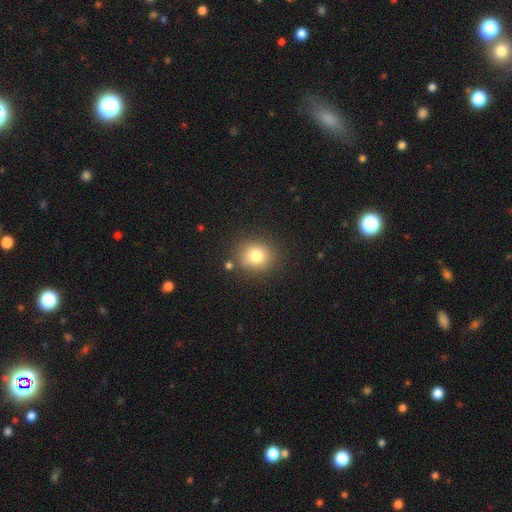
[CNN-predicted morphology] This appears to be a smooth galaxy with no disk features (80%) that is round (83%). Merging: none (83%).